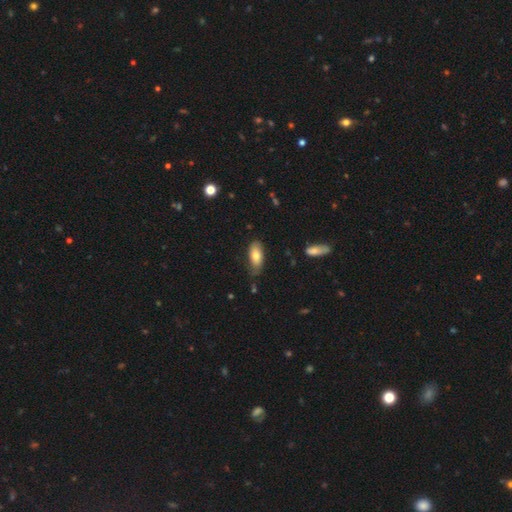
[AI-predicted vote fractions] Overall: smooth (77%). How rounded: in between (87%). Merging: none (63%; minor disturbance 28%).